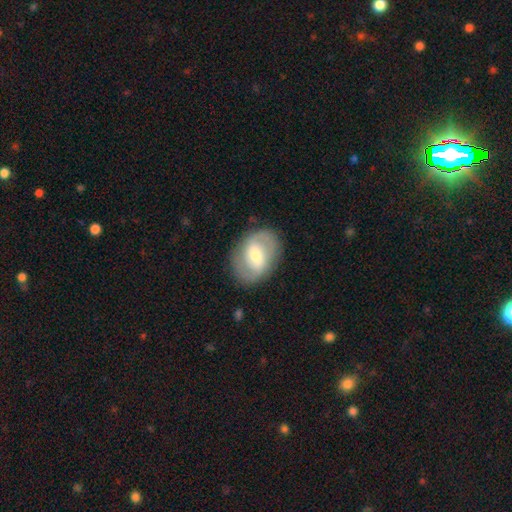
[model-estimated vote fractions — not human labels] Smooth or featured? featured or disk (66%)
Edge-on disk? no (96%)
Bar? weak (48%)
Spiral arms? yes (74%)
Bulge size? moderate (58%)
Merging? none (83%)